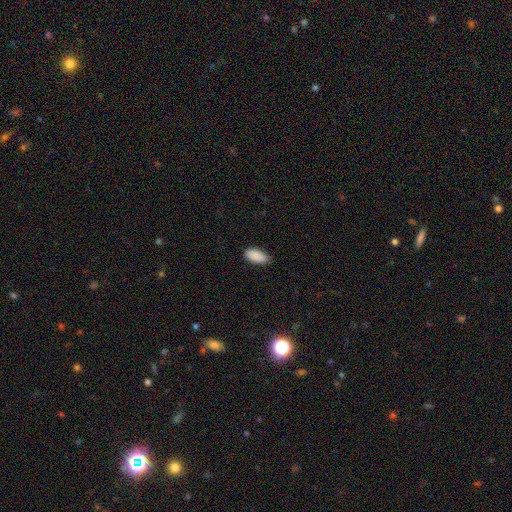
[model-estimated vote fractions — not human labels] smooth-or-featured: smooth: 89% | star or artifact: 7% | featured or disk: 4%
  how-rounded: in between: 92% | cigar-shaped: 6% | round: 2%
  merging: none: 74% | minor disturbance: 22% | major disturbance: 3% | merger: 1%